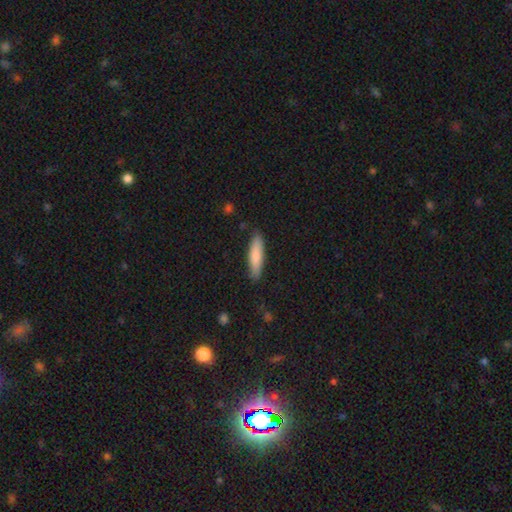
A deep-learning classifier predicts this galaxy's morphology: Smooth or featured: smooth — 82% (featured or disk — 13%)
How rounded: cigar-shaped — 66% (in between — 33%)
Merging: none — 85% (minor disturbance — 12%)